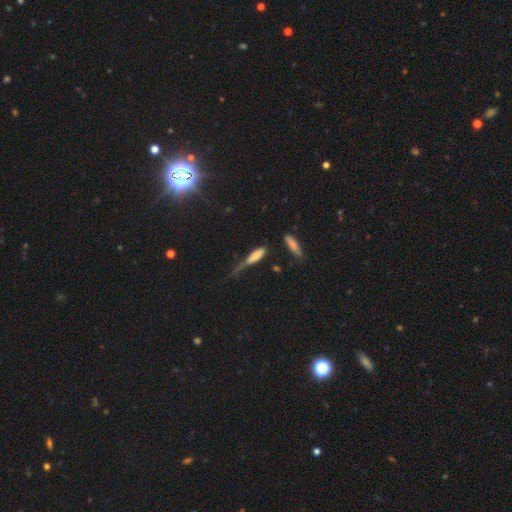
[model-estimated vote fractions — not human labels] This appears to be a smooth galaxy with no disk features (68%) that is cigar-shaped (62%). Merging: major disturbance (34%).